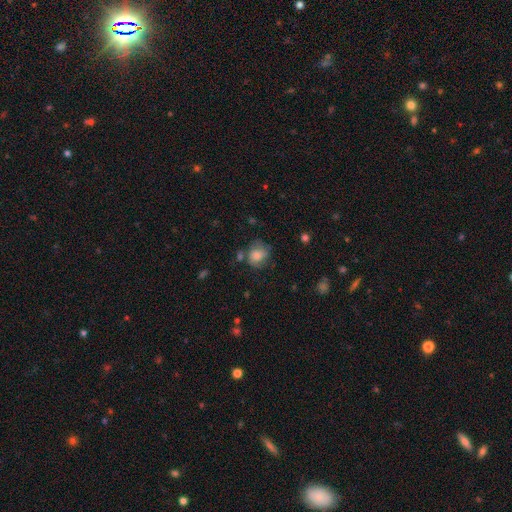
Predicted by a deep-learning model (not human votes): smooth_or_featured: smooth (p=0.72) [alt: featured or disk p=0.18]
how_rounded: round (p=0.62) [alt: in between p=0.37]
merging: none (p=0.49) [alt: minor disturbance p=0.26]